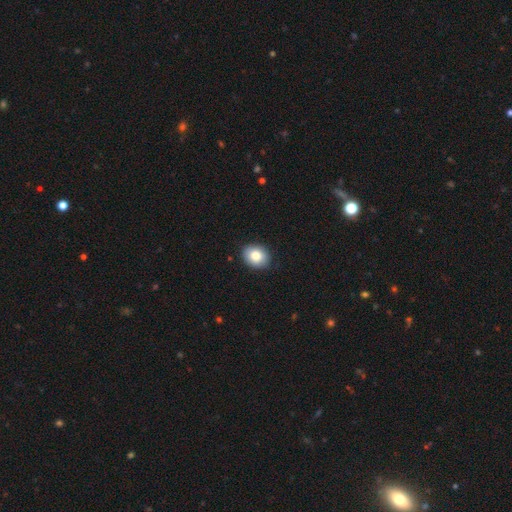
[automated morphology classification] This appears to be a smooth galaxy with no disk features (83%) that is round (53%). Merging: none (88%).